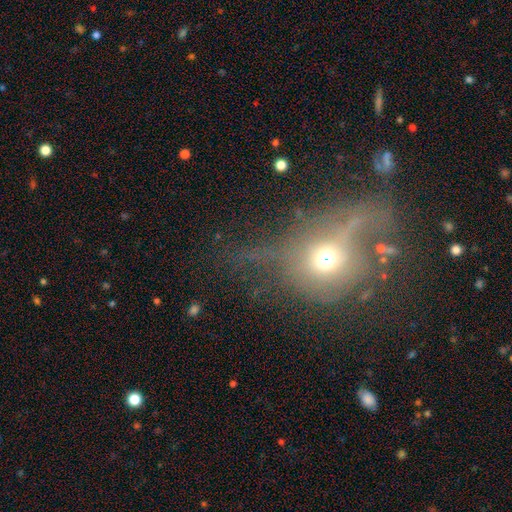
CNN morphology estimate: Smooth or featured? Predicted: featured or disk (p=0.39). Merging? Predicted: major disturbance (p=0.37).